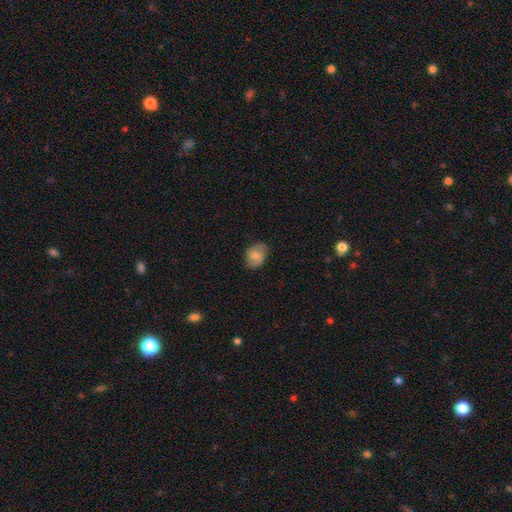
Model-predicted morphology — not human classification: A smooth galaxy with no disk features (76%) that is in between round and cigar-shaped (72%).

Vote fractions:
- Smooth or featured? smooth: 76% / featured or disk: 16% / star or artifact: 8%
- How rounded? in between: 72% / round: 27% / cigar-shaped: 1%
- Merging? none: 73% / minor disturbance: 22% / major disturbance: 4% / merger: 1%